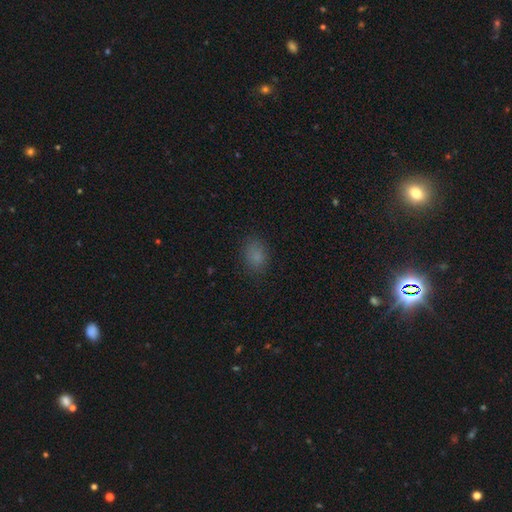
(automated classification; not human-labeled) smooth_or_featured: smooth (p=0.81) [alt: star or artifact p=0.14]
how_rounded: in between (p=0.69) [alt: round p=0.30]
merging: none (p=0.82) [alt: minor disturbance p=0.13]